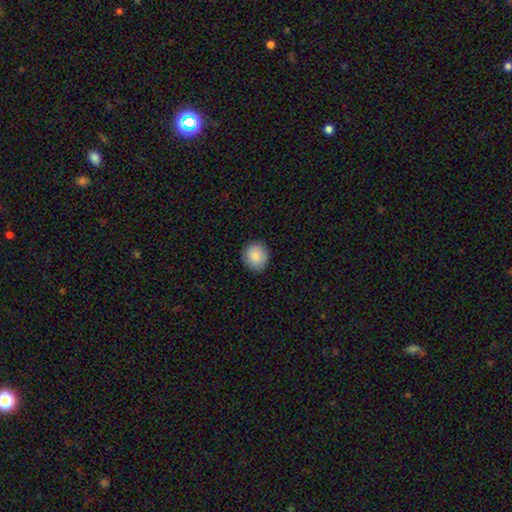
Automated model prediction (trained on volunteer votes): A smooth galaxy with no disk features (87%) that is round (88%).

Vote fractions:
- Smooth or featured? smooth: 87% / star or artifact: 8% / featured or disk: 5%
- How rounded? round: 88% / in between: 11% / cigar-shaped: 1%
- Merging? none: 90% / minor disturbance: 7% / major disturbance: 2% / merger: 1%